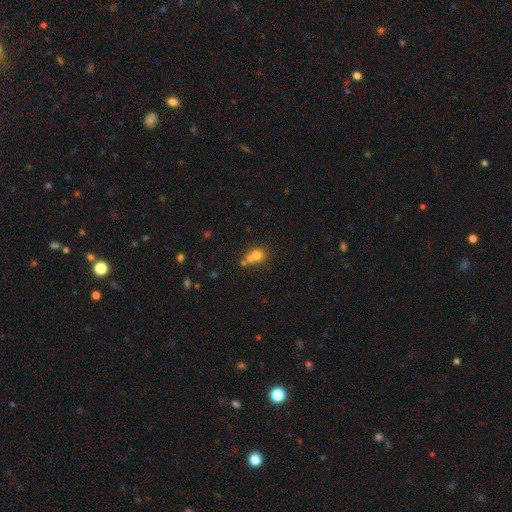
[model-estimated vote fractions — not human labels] A smooth galaxy with no disk features (69%) that is round (70%).

Vote fractions:
- Smooth or featured? smooth: 69% / featured or disk: 16% / star or artifact: 15%
- How rounded? round: 70% / in between: 28% / cigar-shaped: 1%
- Merging? merger: 51% / none: 36% / minor disturbance: 9% / major disturbance: 4%